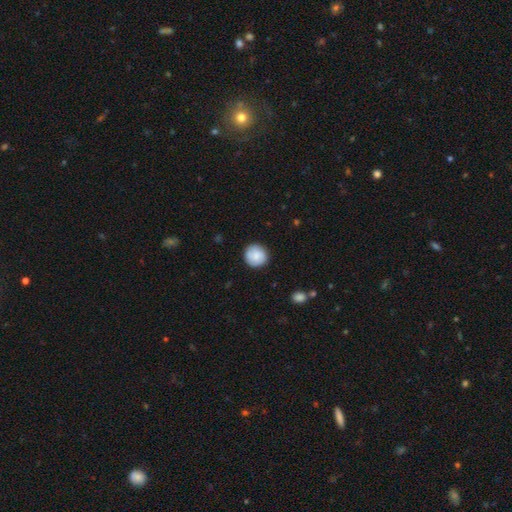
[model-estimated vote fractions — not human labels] Smooth or featured?
  - smooth: 80% *
  - featured or disk: 13%
  - star or artifact: 7%
How rounded?
  - round: 93% *
  - in between: 6%
  - cigar-shaped: 1%
Merging?
  - none: 87% *
  - minor disturbance: 10%
  - major disturbance: 2%
  - merger: 1%